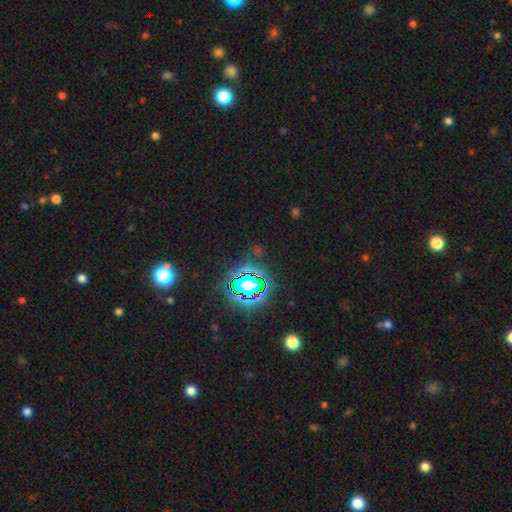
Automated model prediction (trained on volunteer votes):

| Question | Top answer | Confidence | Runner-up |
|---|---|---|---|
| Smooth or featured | star or artifact | 80% | smooth (12%) |